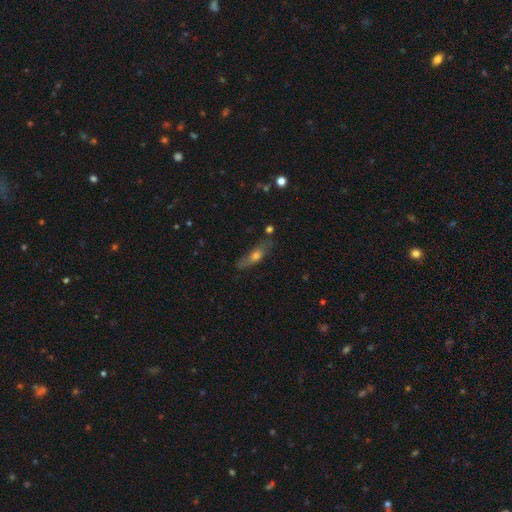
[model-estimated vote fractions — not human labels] The model was most divided on "smooth or featured": smooth: 47%, featured or disk: 43%, star or artifact: 10%. More confident: merging — none (69%).